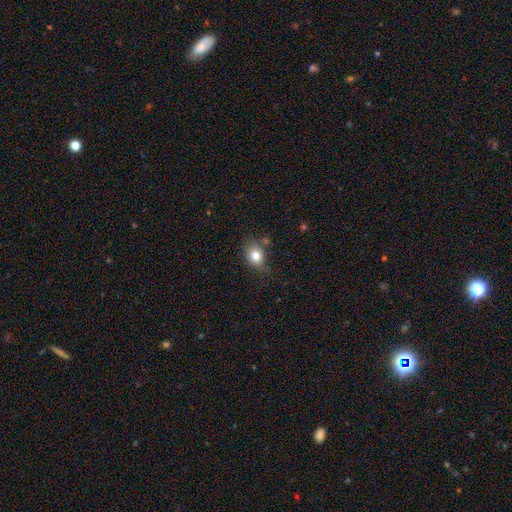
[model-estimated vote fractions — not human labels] Overall: smooth (79%). How rounded: round (50%; in between 49%). Merging: none (63%; minor disturbance 24%).